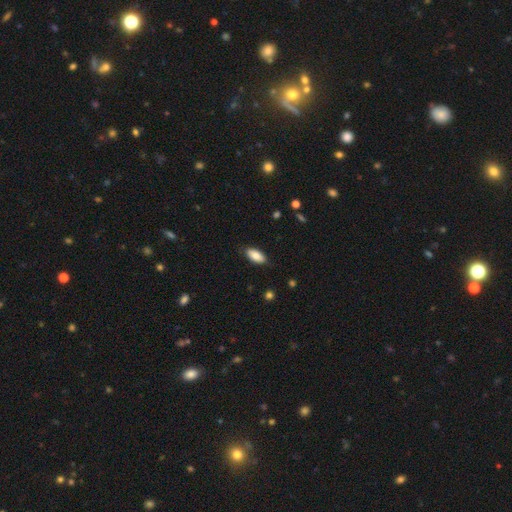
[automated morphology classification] smooth 85%, featured or disk 9%, star or artifact 6%. Down the decision tree: how rounded — in between (89%); merging — none (85%).